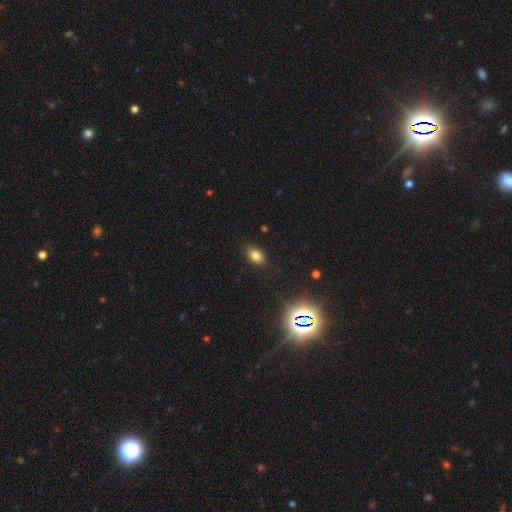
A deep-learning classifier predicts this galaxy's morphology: type=smooth (76%); roundness=in between (80%); merging=none (84%).